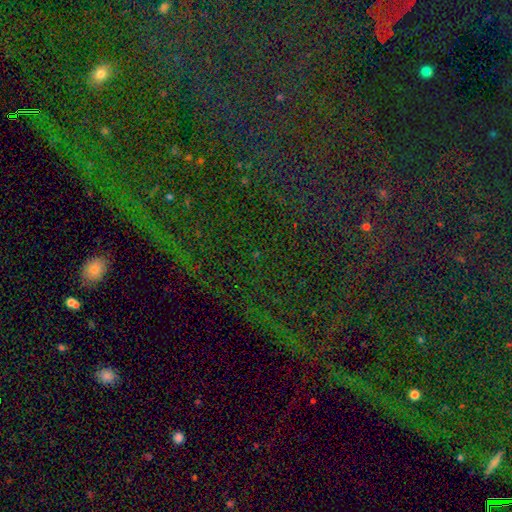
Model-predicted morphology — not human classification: Smooth or featured? star or artifact (79%)